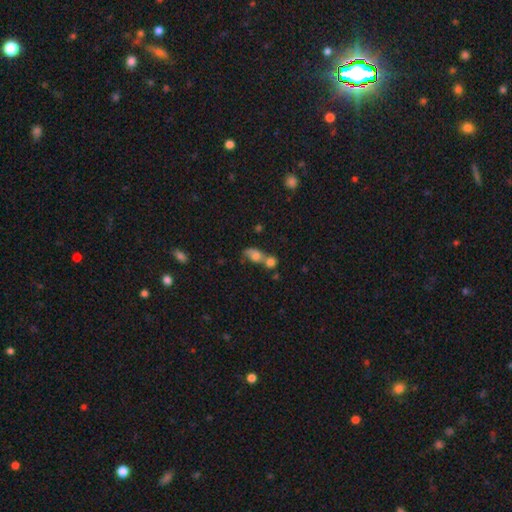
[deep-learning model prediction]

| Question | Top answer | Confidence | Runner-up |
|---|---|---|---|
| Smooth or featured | smooth | 65% | featured or disk (23%) |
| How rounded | in between | 64% | round (29%) |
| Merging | merger | 64% | none (20%) |